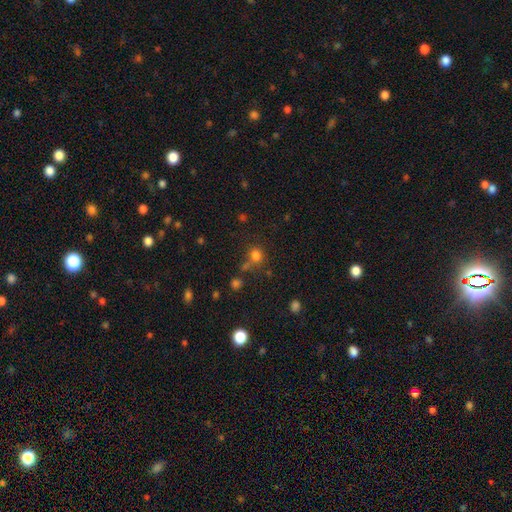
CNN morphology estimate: smooth_or_featured: smooth (p=0.75) [alt: star or artifact p=0.18]
how_rounded: round (p=0.82) [alt: in between p=0.17]
merging: none (p=0.65) [alt: merger p=0.16]